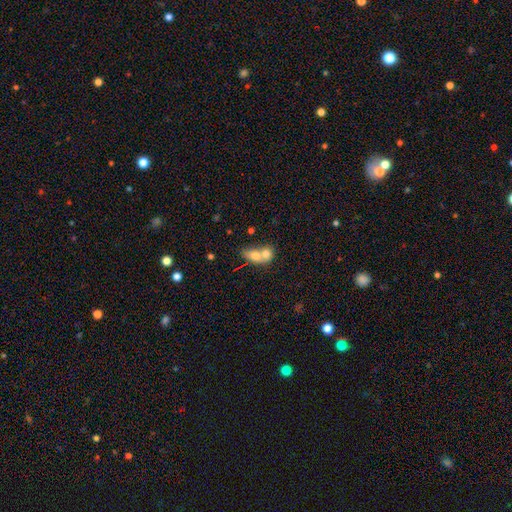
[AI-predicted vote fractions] Smooth or featured?
  - smooth: 70% *
  - featured or disk: 22%
  - star or artifact: 8%
How rounded?
  - in between: 64% *
  - round: 32%
  - cigar-shaped: 3%
Merging?
  - merger: 75% *
  - none: 16%
  - minor disturbance: 6%
  - major disturbance: 3%